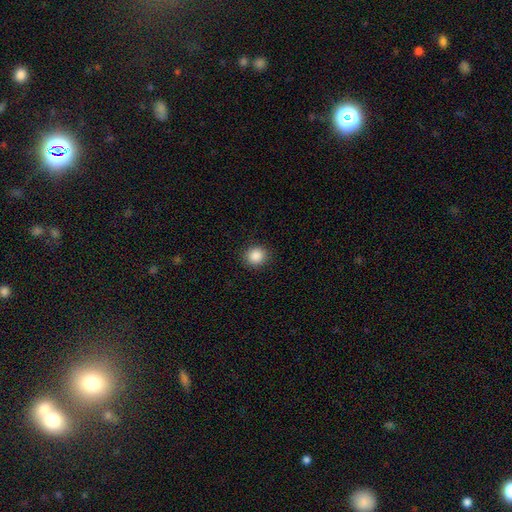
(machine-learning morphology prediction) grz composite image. It shows a smooth galaxy with no disk features (88%) that is round (85%). Merging: none (90%).